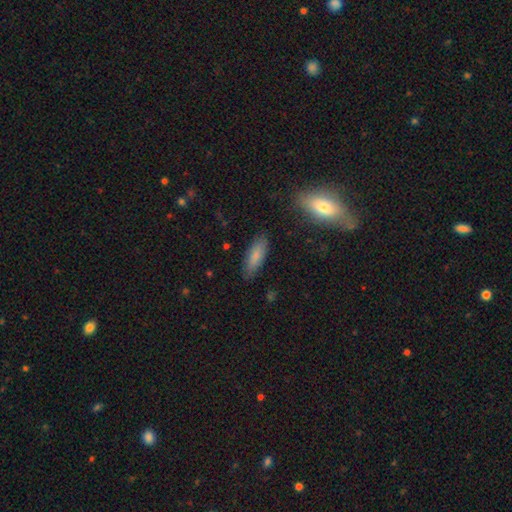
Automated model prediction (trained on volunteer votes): A smooth galaxy with no disk features (81%) that is in between round and cigar-shaped (59%). Merging: none (84%).